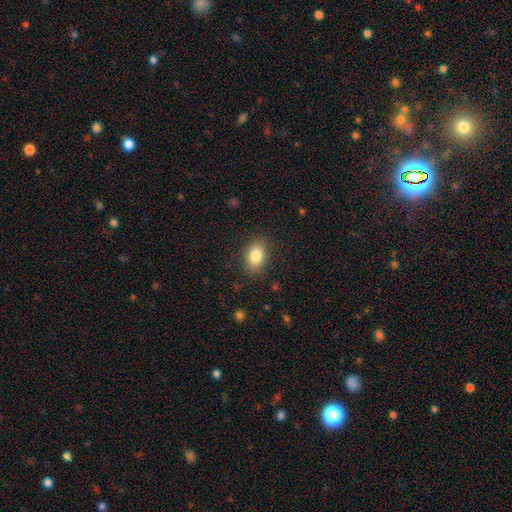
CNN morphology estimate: Overall: smooth (84%). How rounded: in between (86%). Merging: none (86%).